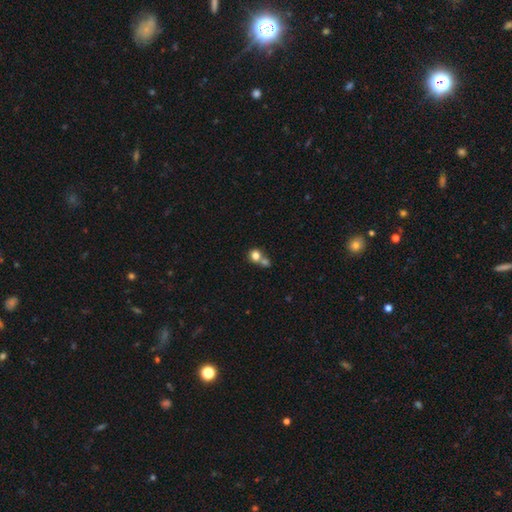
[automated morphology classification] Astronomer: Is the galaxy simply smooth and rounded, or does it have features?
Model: smooth — 78%.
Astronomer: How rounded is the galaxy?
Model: round — 81%.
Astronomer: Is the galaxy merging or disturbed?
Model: merger — 52% (runner-up: none, 37%).